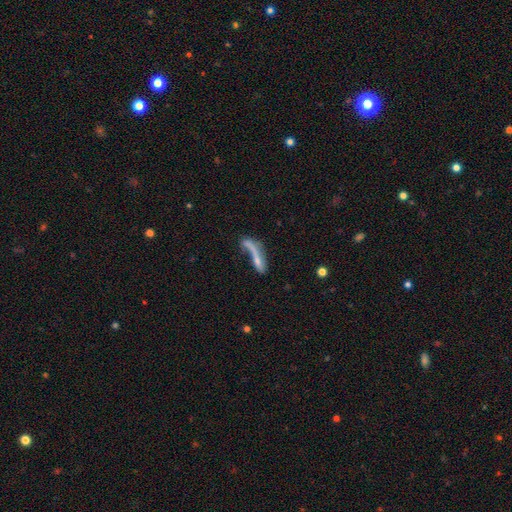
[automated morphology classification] This appears to be a smooth galaxy with no disk features (45%). Merging: none (31%).